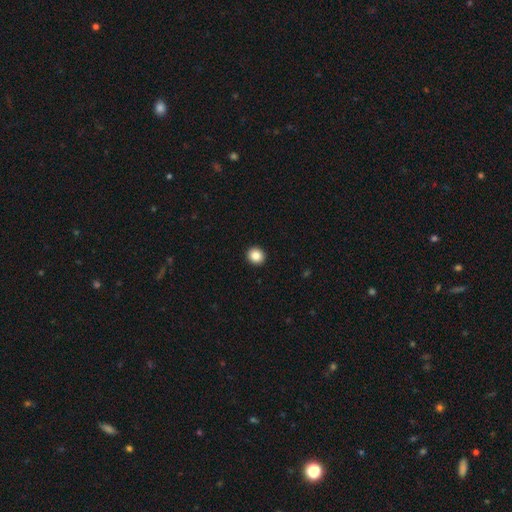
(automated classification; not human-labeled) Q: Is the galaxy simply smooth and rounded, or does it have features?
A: smooth — 86%.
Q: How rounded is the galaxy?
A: round — 87%.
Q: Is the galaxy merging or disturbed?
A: none — 93%.